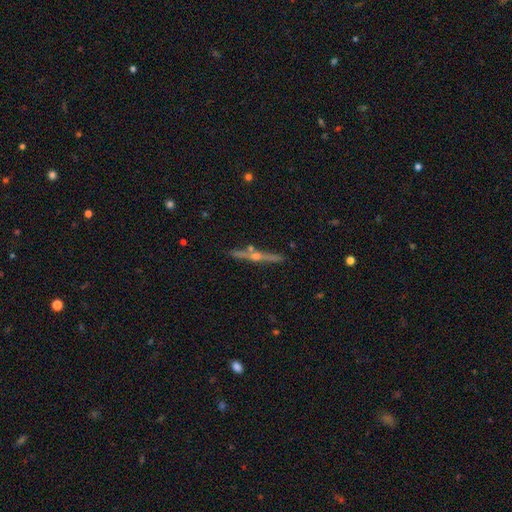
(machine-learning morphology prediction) Overall: featured or disk (77%). Edge-on disk: yes (97%). Edge-on bulge: rounded (88%). Merging: none (85%).